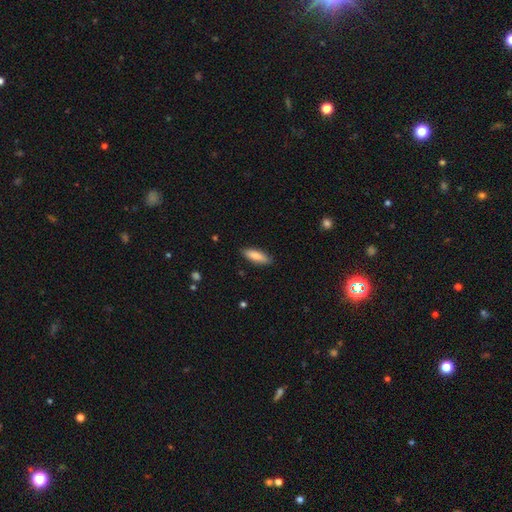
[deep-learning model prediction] smooth 84%, featured or disk 10%, star or artifact 6%. Down the decision tree: how rounded — in between (56%); merging — none (87%).